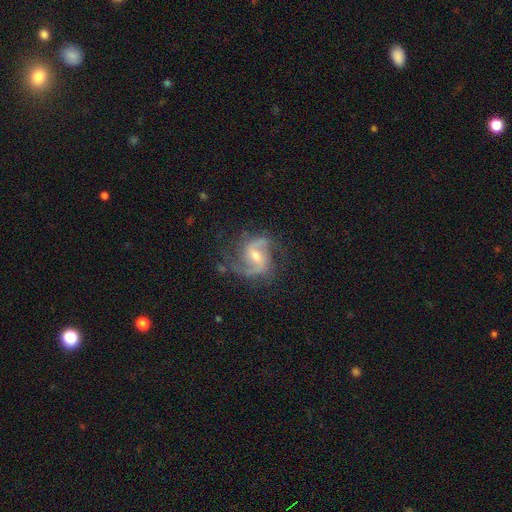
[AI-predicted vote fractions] This is clearly a featured or disk galaxy (88%). It is clearly not viewed edge-on (98%). Bar: possibly weak (53%). Spiral arm pattern: clearly yes (97%). Spiral arm count: clearly 2 (87%). Spiral winding: possibly medium (52%). Central bulge: possibly moderate (51%). Merging: likely none (71%).